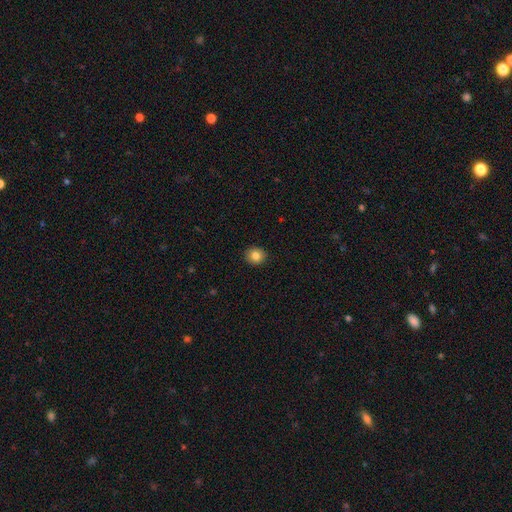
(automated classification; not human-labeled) smooth 83%, star or artifact 10%, featured or disk 7%. Down the decision tree: how rounded — round (80%); merging — none (91%).